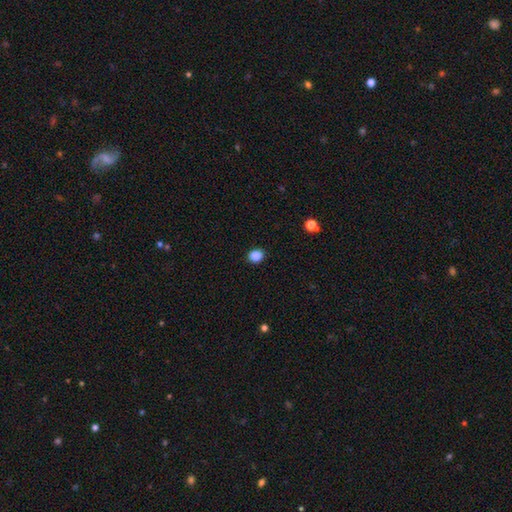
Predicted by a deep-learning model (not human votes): Overall: smooth (86%). How rounded: round (74%). Merging: none (91%).